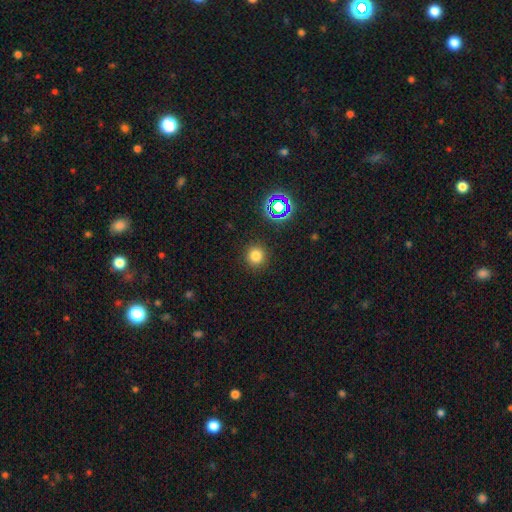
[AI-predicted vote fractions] Smooth or featured? Predicted: smooth (p=0.76). How rounded? Predicted: round (p=0.94). Merging? Predicted: none (p=0.90).